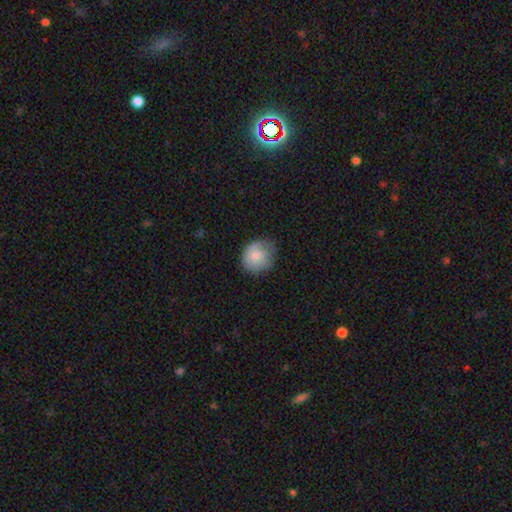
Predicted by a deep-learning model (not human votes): Smooth or featured?
  - smooth: 73% *
  - featured or disk: 20%
  - star or artifact: 7%
How rounded?
  - round: 79% *
  - in between: 20%
  - cigar-shaped: 1%
Merging?
  - none: 62% *
  - minor disturbance: 28%
  - major disturbance: 9%
  - merger: 1%